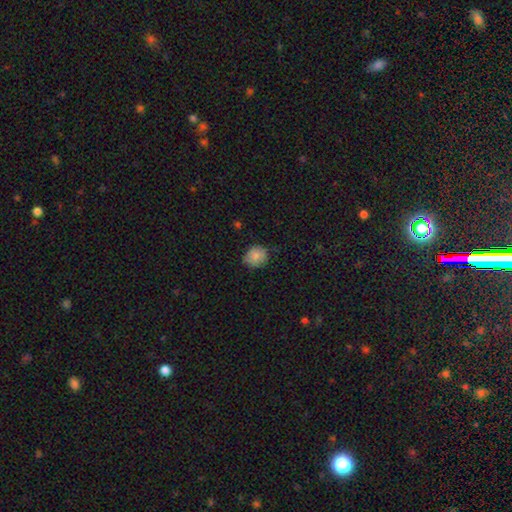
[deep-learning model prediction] Morphology: type=smooth (84%); roundness=round (75%); merging=none (72%).